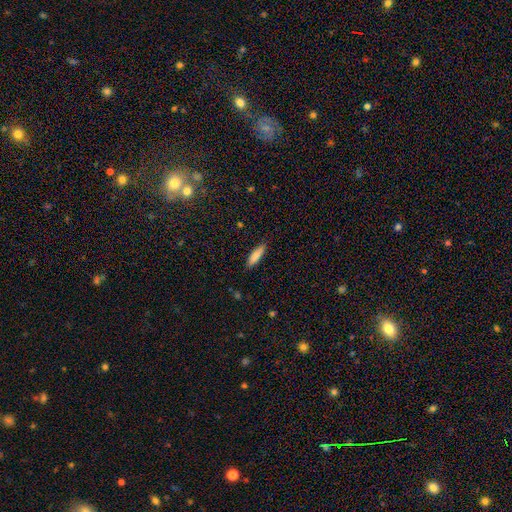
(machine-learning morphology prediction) A smooth galaxy with no disk features (84%) that is cigar-shaped (71%).

Vote fractions:
- Smooth or featured? smooth: 84% / featured or disk: 10% / star or artifact: 6%
- How rounded? cigar-shaped: 71% / in between: 27% / round: 1%
- Merging? none: 87% / minor disturbance: 10% / major disturbance: 2% / merger: 1%